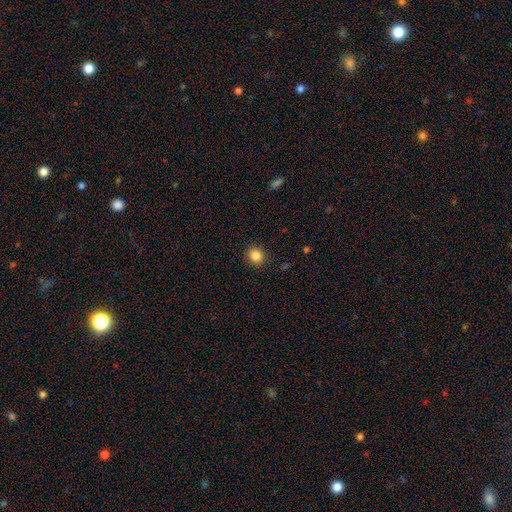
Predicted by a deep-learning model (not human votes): A smooth galaxy with no disk features (85%) that is round (89%). Merging: none (91%).